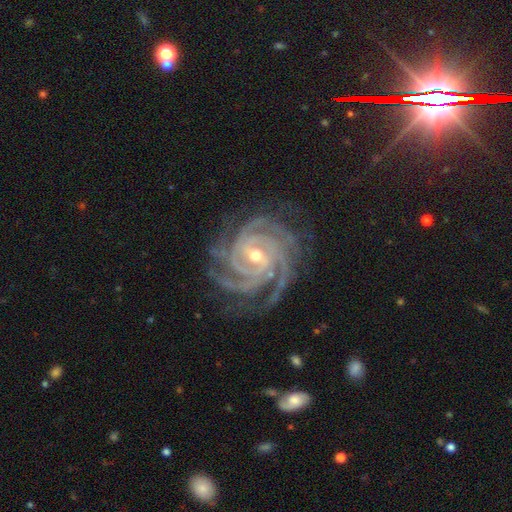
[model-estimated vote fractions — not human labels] This is clearly a featured or disk galaxy (93%). It is clearly not viewed edge-on (98%). Bar: marginally weak (41%). Spiral arm pattern: clearly yes (99%). Spiral arm count: marginally 4 (39%). Spiral winding: clearly tight (81%). Central bulge: possibly small (53%). Merging: likely none (79%).